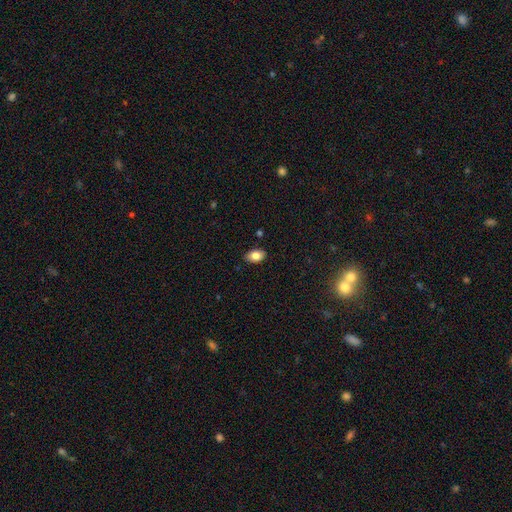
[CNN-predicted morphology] type=smooth (83%); roundness=in between (90%); merging=none (86%).